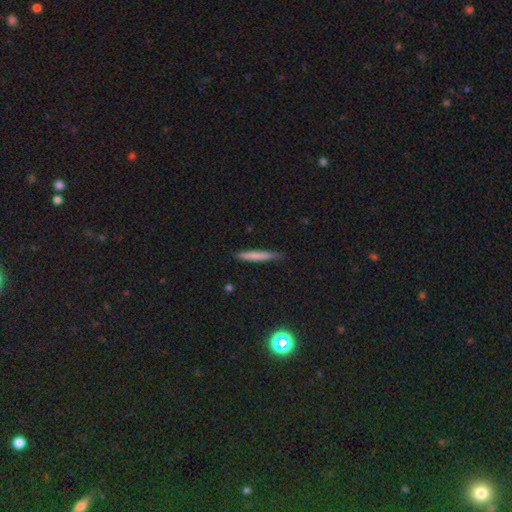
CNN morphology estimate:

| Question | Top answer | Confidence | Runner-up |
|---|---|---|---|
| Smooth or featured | smooth | 72% | featured or disk (20%) |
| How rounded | cigar-shaped | 95% | in between (4%) |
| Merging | none | 84% | minor disturbance (12%) |